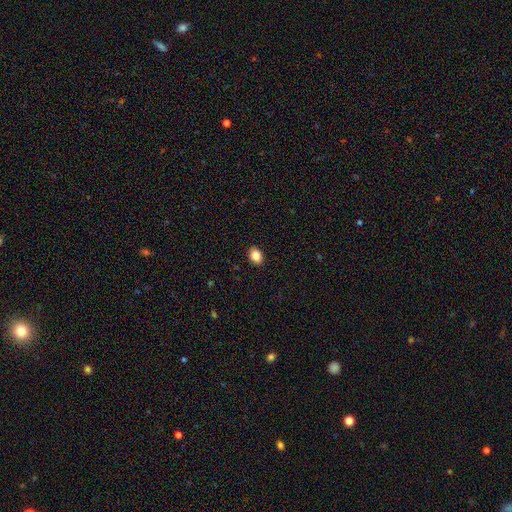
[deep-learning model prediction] smooth 85%, star or artifact 9%, featured or disk 6%. Down the decision tree: how rounded — in between (71%); merging — none (91%).